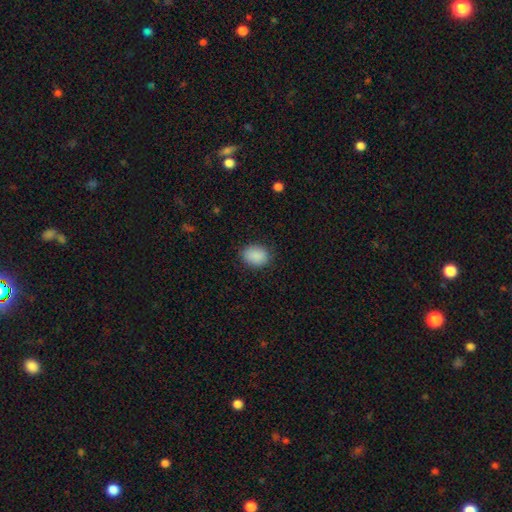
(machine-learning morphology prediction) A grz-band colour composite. It shows a smooth galaxy with no disk features (89%) that is in between round and cigar-shaped (56%). Merging: none (84%).